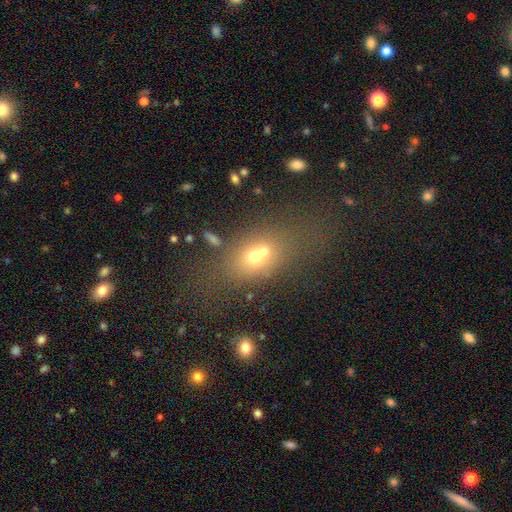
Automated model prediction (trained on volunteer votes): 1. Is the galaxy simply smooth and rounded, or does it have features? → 56% smooth, 25% star or artifact, 20% featured or disk.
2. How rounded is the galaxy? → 65% in between, 25% round, 10% cigar-shaped.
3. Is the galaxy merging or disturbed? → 50% none, 30% merger, 12% minor disturbance, 8% major disturbance.